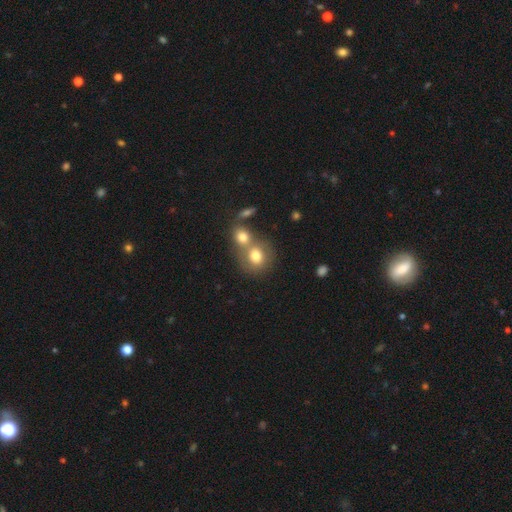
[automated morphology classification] Smooth or featured? Predicted: smooth (p=0.75). How rounded? Predicted: round (p=0.74). Merging? Predicted: merger (p=0.53).